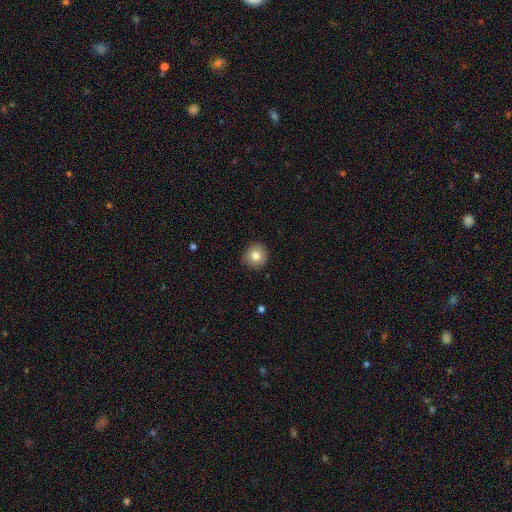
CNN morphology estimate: smooth_or_featured: smooth (p=0.79) [alt: featured or disk p=0.11]
how_rounded: round (p=0.93) [alt: in between p=0.06]
merging: none (p=0.90) [alt: minor disturbance p=0.07]